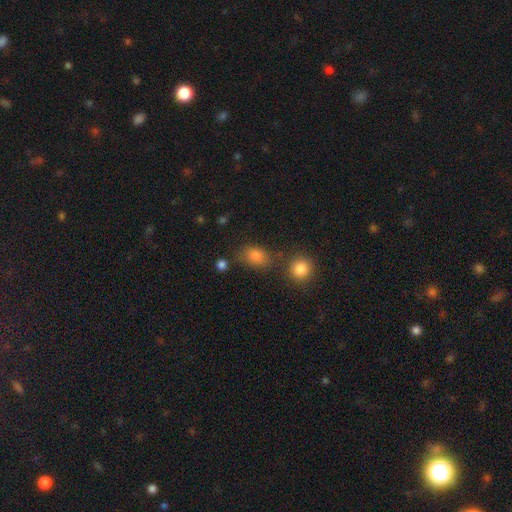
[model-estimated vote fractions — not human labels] A smooth galaxy with no disk features (80%) that is in between round and cigar-shaped (68%).

Vote fractions:
- Smooth or featured? smooth: 80% / star or artifact: 14% / featured or disk: 6%
- How rounded? in between: 68% / round: 30% / cigar-shaped: 2%
- Merging? none: 67% / minor disturbance: 16% / merger: 11% / major disturbance: 6%